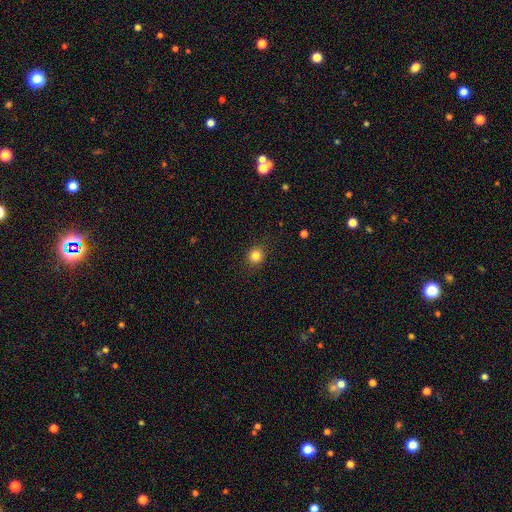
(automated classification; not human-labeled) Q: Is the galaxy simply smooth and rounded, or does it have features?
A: smooth — 83%.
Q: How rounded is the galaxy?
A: round — 85%.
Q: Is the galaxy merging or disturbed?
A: none — 89%.